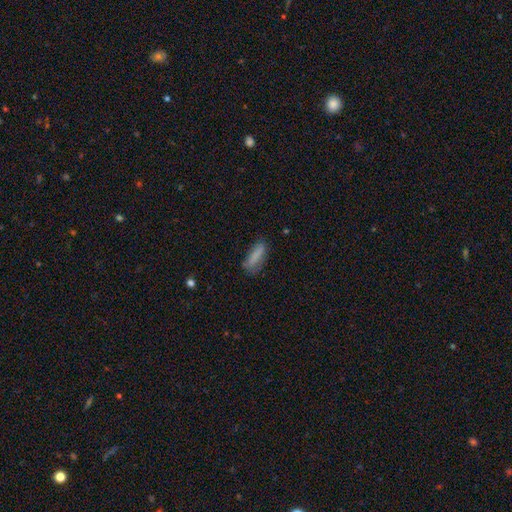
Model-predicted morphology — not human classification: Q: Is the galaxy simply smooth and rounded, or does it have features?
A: smooth — 81%.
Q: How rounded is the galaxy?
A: cigar-shaped — 53%.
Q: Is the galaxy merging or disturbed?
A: none — 63%.